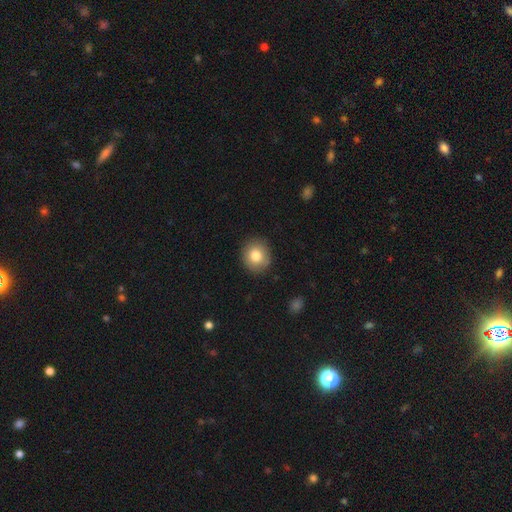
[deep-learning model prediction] Smooth or featured? smooth (82%)
How rounded? round (82%)
Merging? none (89%)